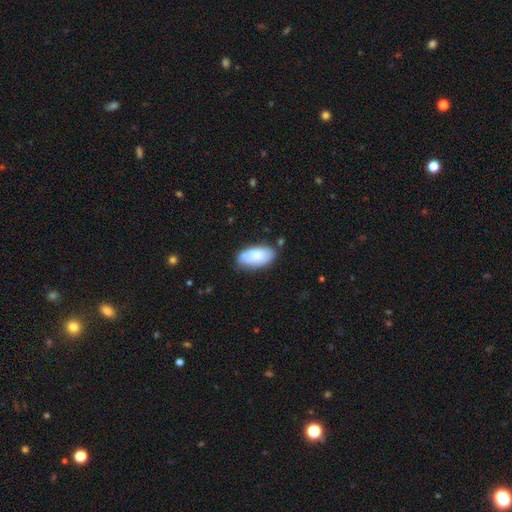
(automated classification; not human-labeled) Smooth or featured? smooth (76%)
How rounded? in between (94%)
Merging? none (66%)